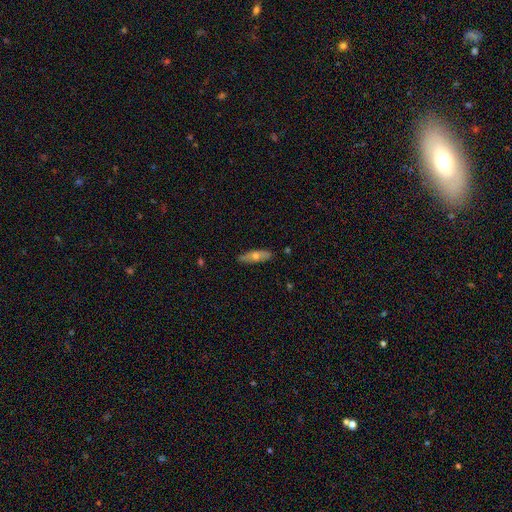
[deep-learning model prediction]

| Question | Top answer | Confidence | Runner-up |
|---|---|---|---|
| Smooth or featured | smooth | 50% | featured or disk (43%) |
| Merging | none | 84% | minor disturbance (13%) |